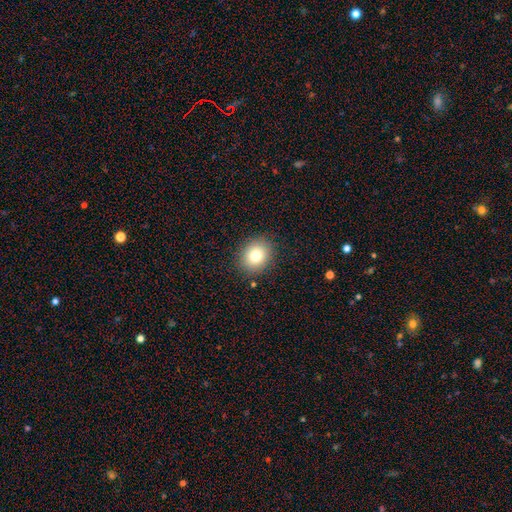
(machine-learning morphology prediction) smooth-or-featured: smooth: 77% | star or artifact: 12% | featured or disk: 11%
  how-rounded: round: 67% | in between: 32% | cigar-shaped: 1%
  merging: none: 88% | minor disturbance: 8% | major disturbance: 3% | merger: 1%